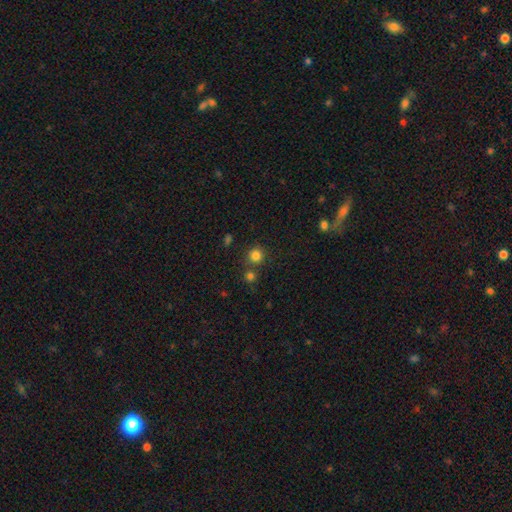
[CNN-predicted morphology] This appears to be a smooth galaxy with no disk features (80%) that is round (91%). Merging: none (73%).